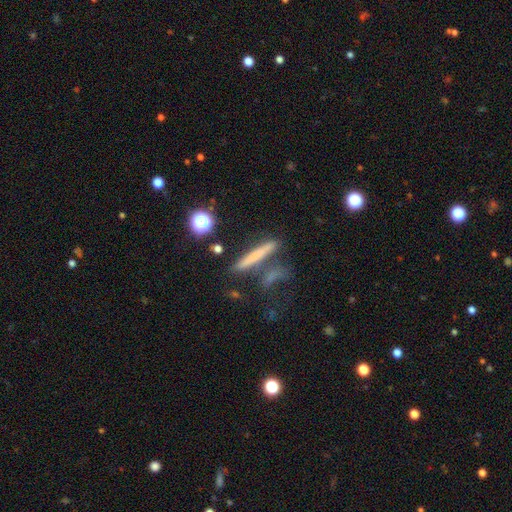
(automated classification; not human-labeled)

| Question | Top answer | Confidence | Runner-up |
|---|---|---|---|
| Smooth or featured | smooth | 58% | featured or disk (31%) |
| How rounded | cigar-shaped | 90% | in between (6%) |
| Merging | none | 72% | minor disturbance (12%) |